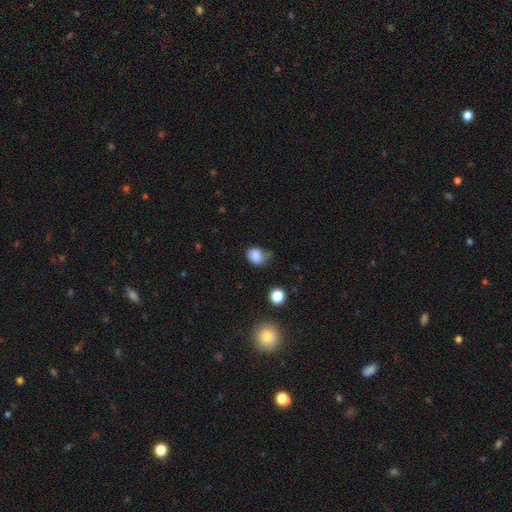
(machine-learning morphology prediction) Q: Smooth or featured?
A: smooth (83%); runner-up: star or artifact (10%)
Q: How rounded?
A: round (51%); runner-up: in between (48%)
Q: Merging?
A: none (43%); runner-up: minor disturbance (37%)